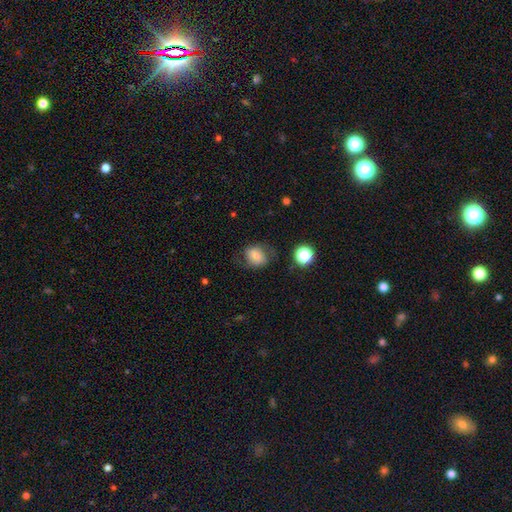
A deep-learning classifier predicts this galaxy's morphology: Overall: smooth (72%). How rounded: round (50%; in between 49%). Merging: none (60%; minor disturbance 24%).